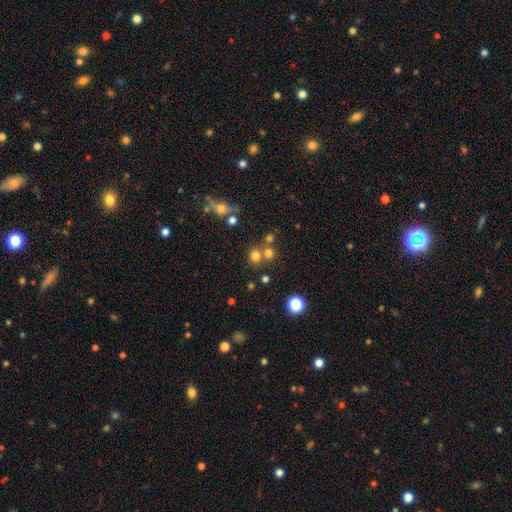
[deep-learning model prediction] Smooth or featured? smooth (71%)
How rounded? round (84%)
Merging? none (59%)